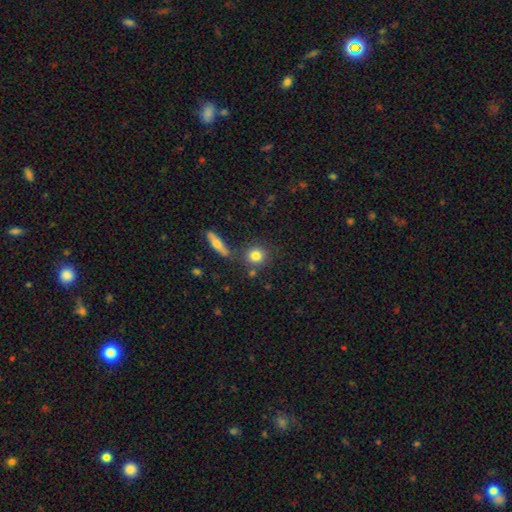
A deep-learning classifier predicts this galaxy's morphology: Q: Smooth or featured?
A: smooth (81%); runner-up: featured or disk (10%)
Q: How rounded?
A: round (84%); runner-up: in between (13%)
Q: Merging?
A: none (76%); runner-up: merger (11%)